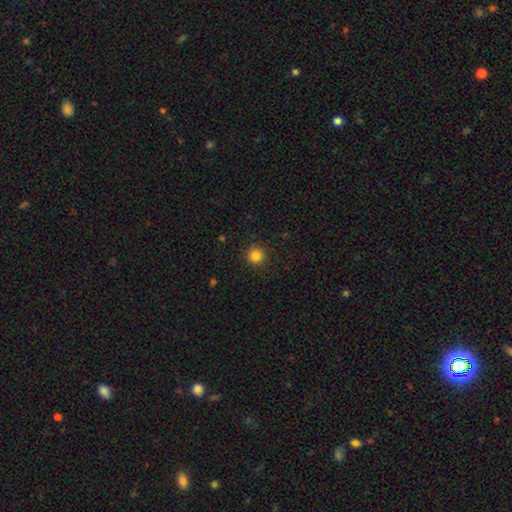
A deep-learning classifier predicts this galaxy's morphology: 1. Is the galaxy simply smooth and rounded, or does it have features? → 84% smooth, 12% star or artifact, 4% featured or disk.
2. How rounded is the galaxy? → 94% round, 5% in between, 1% cigar-shaped.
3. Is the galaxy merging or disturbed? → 91% none, 6% minor disturbance, 2% major disturbance, 1% merger.